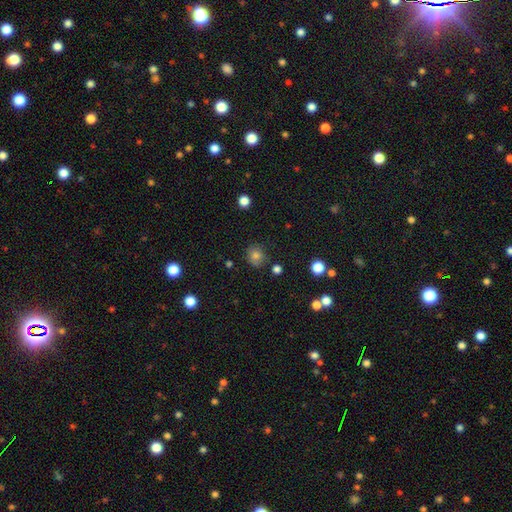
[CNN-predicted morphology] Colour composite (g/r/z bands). It shows a smooth galaxy with no disk features (79%) that is round (79%). Merging: none (80%).